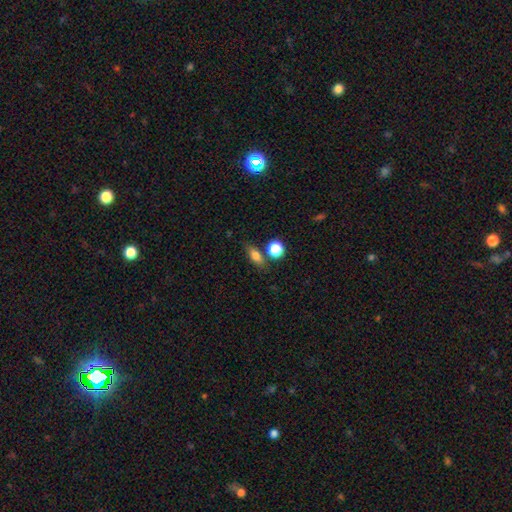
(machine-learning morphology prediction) Smooth or featured?
  - smooth: 78% *
  - star or artifact: 11%
  - featured or disk: 11%
How rounded?
  - in between: 68% *
  - round: 17%
  - cigar-shaped: 14%
Merging?
  - none: 70% *
  - minor disturbance: 14%
  - merger: 11%
  - major disturbance: 5%